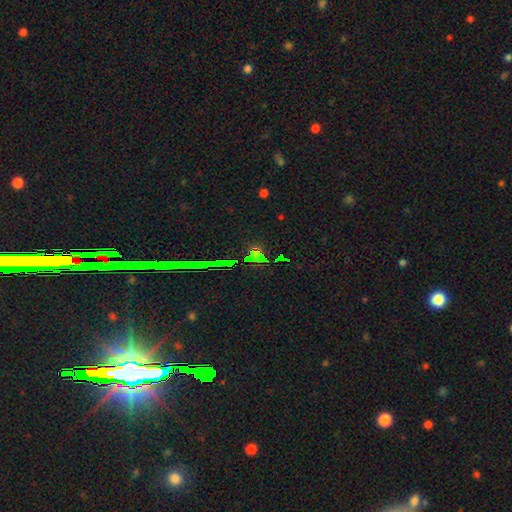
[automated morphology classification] Overall: star or artifact (55%; smooth 35%).